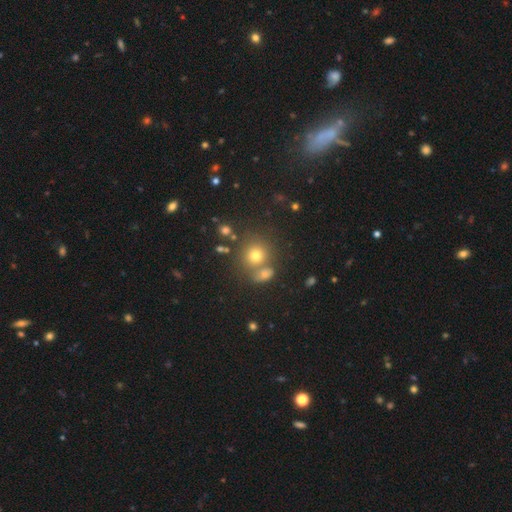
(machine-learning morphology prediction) A smooth galaxy with no disk features (73%) that is round (85%).

Vote fractions:
- Smooth or featured? smooth: 73% / star or artifact: 16% / featured or disk: 11%
- How rounded? round: 85% / in between: 14% / cigar-shaped: 1%
- Merging? none: 60% / merger: 26% / minor disturbance: 10% / major disturbance: 4%